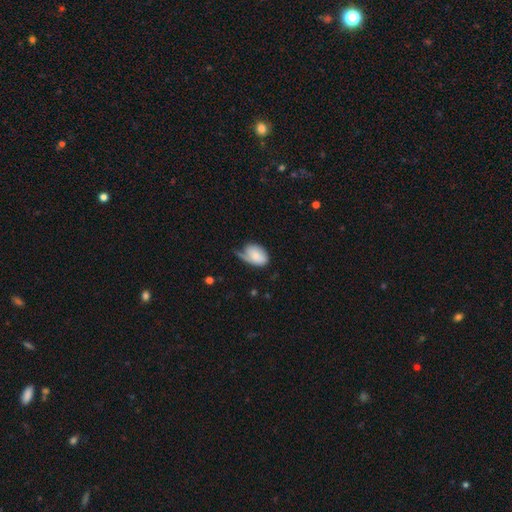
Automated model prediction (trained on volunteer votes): Q: Smooth or featured?
A: smooth (72%); runner-up: featured or disk (22%)
Q: How rounded?
A: in between (84%); runner-up: round (15%)
Q: Merging?
A: minor disturbance (38%); runner-up: none (30%)